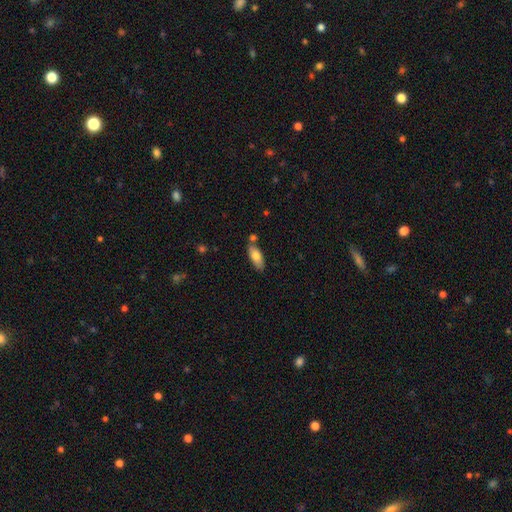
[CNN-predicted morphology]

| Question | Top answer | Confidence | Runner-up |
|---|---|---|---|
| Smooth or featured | smooth | 75% | featured or disk (18%) |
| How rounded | in between | 78% | cigar-shaped (20%) |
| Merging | none | 72% | minor disturbance (14%) |